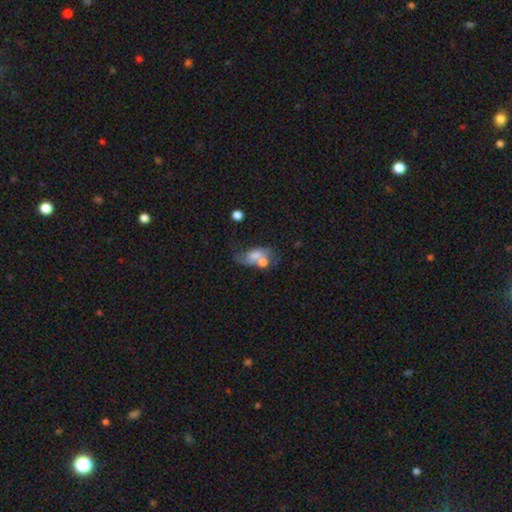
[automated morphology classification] smooth 48%, featured or disk 41%, star or artifact 11%. Down the decision tree: merging — merger (38%).